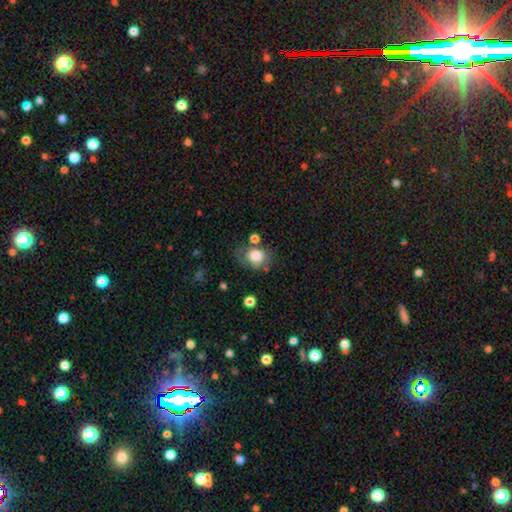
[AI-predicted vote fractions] Smooth or featured? smooth (79%)
How rounded? in between (51%)
Merging? none (52%)